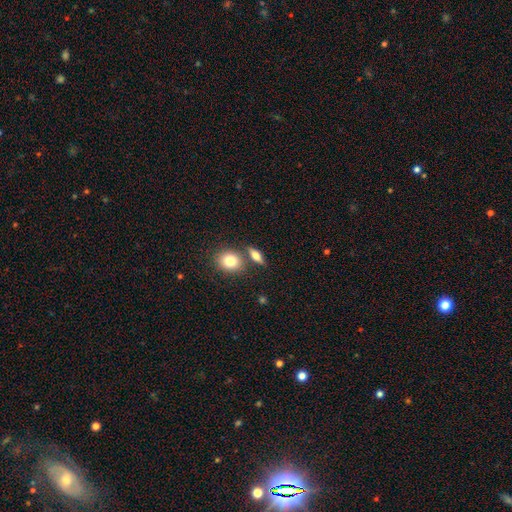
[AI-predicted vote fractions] This appears to be a smooth galaxy with no disk features (64%) that is in between round and cigar-shaped (56%). Merging: none (70%).